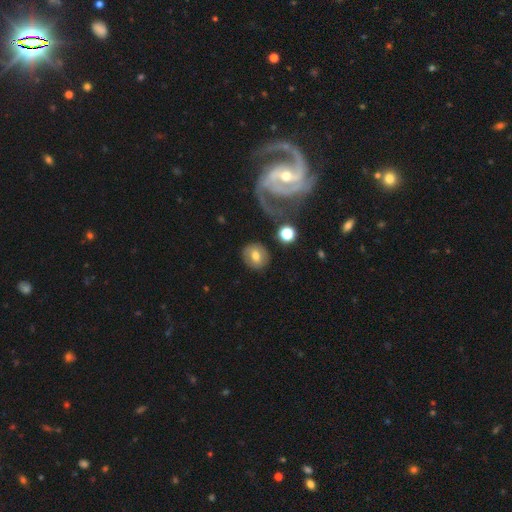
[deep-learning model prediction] Q: Smooth or featured?
A: smooth (65%); runner-up: featured or disk (27%)
Q: How rounded?
A: round (72%); runner-up: in between (27%)
Q: Merging?
A: none (82%); runner-up: minor disturbance (10%)